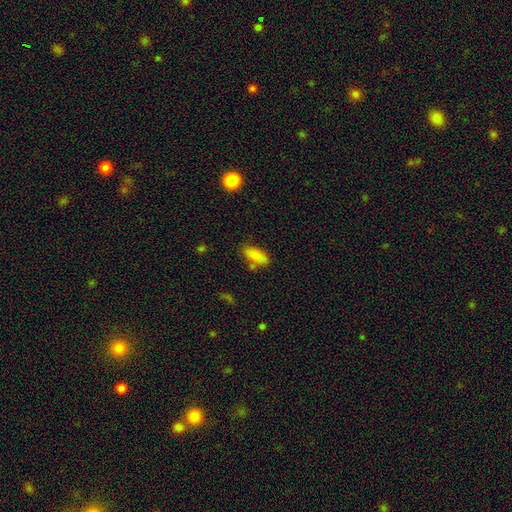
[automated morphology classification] Smooth or featured? Predicted: smooth (p=0.86). How rounded? Predicted: in between (p=0.82). Merging? Predicted: none (p=0.69).